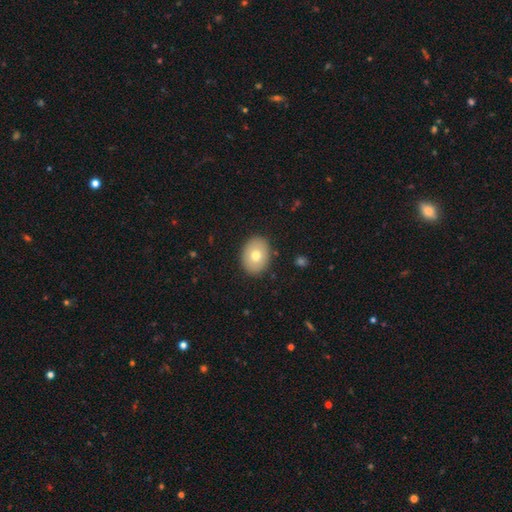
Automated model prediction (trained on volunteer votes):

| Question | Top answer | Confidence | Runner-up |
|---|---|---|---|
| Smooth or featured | smooth | 73% | featured or disk (19%) |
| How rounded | in between | 60% | round (39%) |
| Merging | none | 89% | minor disturbance (8%) |